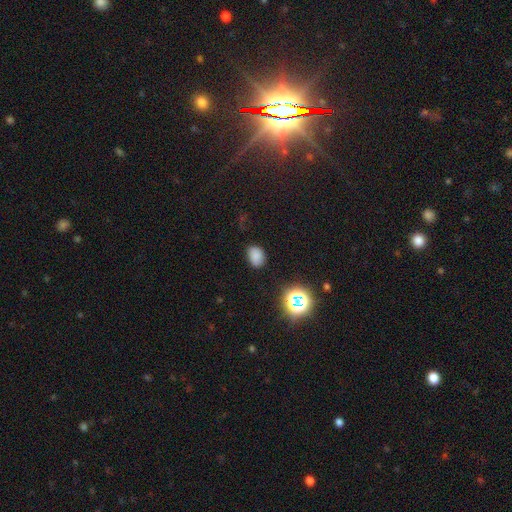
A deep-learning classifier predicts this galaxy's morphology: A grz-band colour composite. It shows a smooth galaxy with no disk features (79%) that is in between round and cigar-shaped (75%). Merging: none (79%).